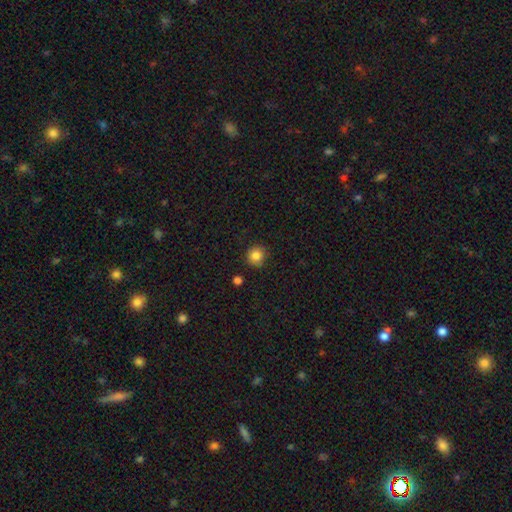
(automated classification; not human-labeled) smooth 84%, star or artifact 11%, featured or disk 5%. Down the decision tree: how rounded — round (91%); merging — none (86%).